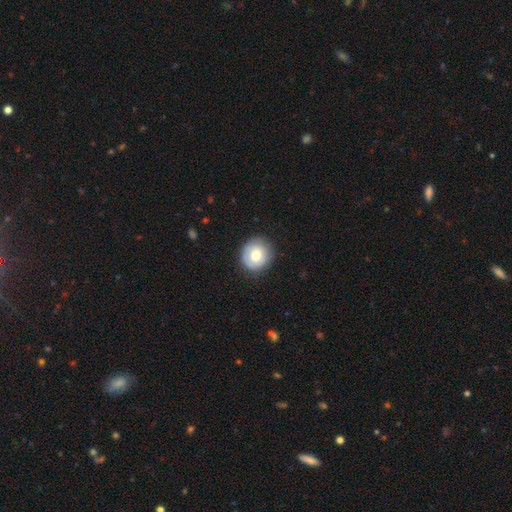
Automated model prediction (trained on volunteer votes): A smooth galaxy with no disk features (72%) that is round (88%).

Vote fractions:
- Smooth or featured? smooth: 72% / featured or disk: 20% / star or artifact: 8%
- How rounded? round: 88% / in between: 11% / cigar-shaped: 1%
- Merging? none: 83% / minor disturbance: 13% / major disturbance: 3% / merger: 1%